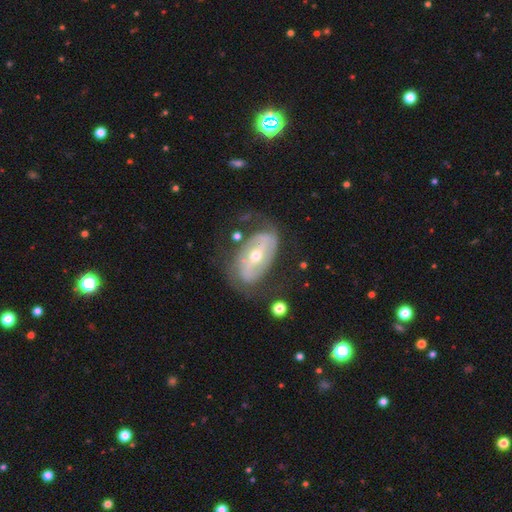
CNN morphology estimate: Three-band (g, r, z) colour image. It shows a featured or disk galaxy (79%) with a strong bar (45%), 2 (63%) tight (41%) spiral arms (75%) and a small central bulge (51%). Merging: none (57%).